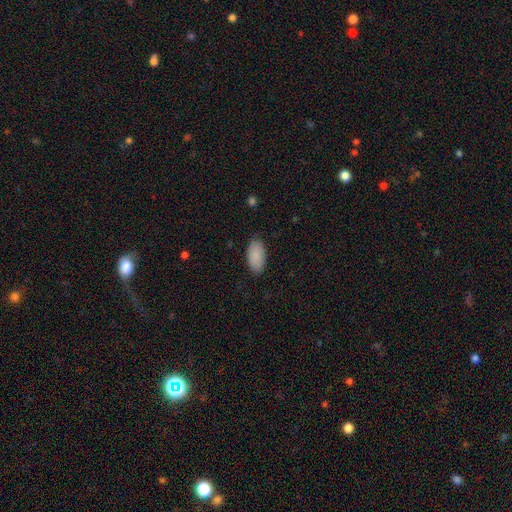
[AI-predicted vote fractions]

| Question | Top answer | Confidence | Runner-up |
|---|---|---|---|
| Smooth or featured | smooth | 90% | star or artifact (6%) |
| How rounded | in between | 95% | cigar-shaped (3%) |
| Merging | none | 88% | minor disturbance (9%) |